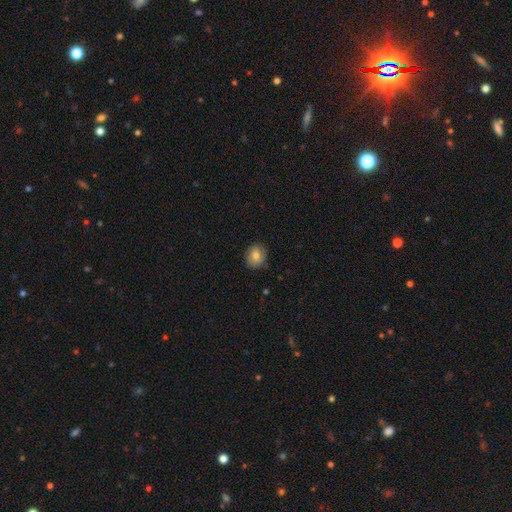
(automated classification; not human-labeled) Smooth or featured?
  - smooth: 78% *
  - featured or disk: 13%
  - star or artifact: 9%
How rounded?
  - round: 66% *
  - in between: 33%
  - cigar-shaped: 1%
Merging?
  - none: 82% *
  - minor disturbance: 14%
  - major disturbance: 3%
  - merger: 1%